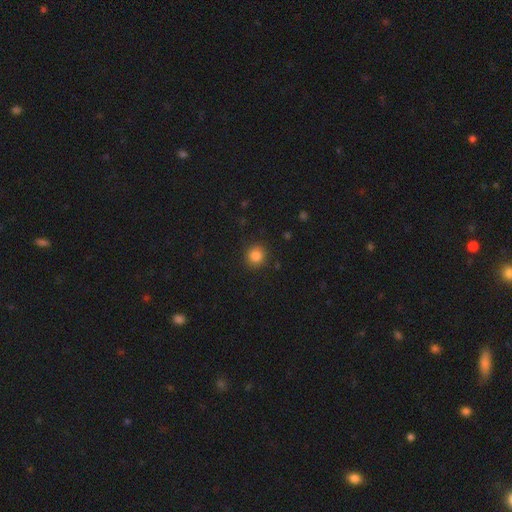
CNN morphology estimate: Smooth or featured?
  - smooth: 85% *
  - star or artifact: 11%
  - featured or disk: 4%
How rounded?
  - round: 89% *
  - in between: 10%
  - cigar-shaped: 1%
Merging?
  - none: 90% *
  - minor disturbance: 7%
  - major disturbance: 2%
  - merger: 1%